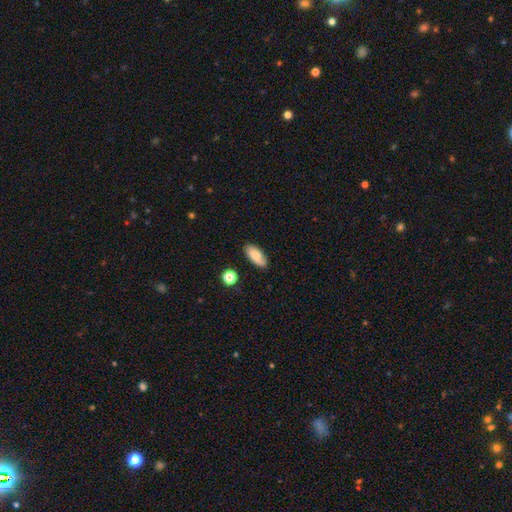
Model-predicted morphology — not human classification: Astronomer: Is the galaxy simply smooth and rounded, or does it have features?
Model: smooth — 75%.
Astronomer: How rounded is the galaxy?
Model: in between — 85%.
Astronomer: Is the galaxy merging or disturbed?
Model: none — 81%.